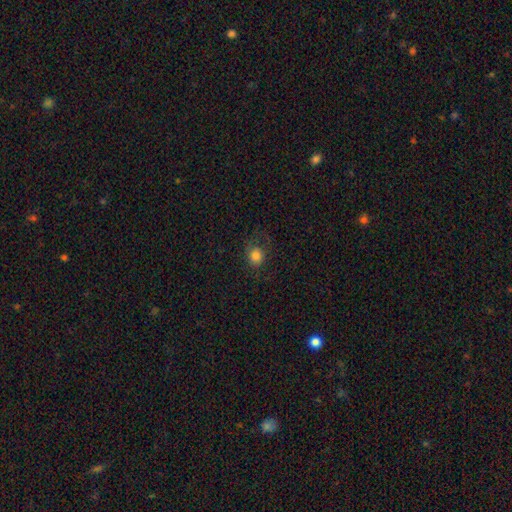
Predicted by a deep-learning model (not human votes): The model was most divided on "merging": none: 67%, minor disturbance: 19%, major disturbance: 13%, merger: 1%. More confident: smooth or featured — smooth (80%); how rounded — round (75%).